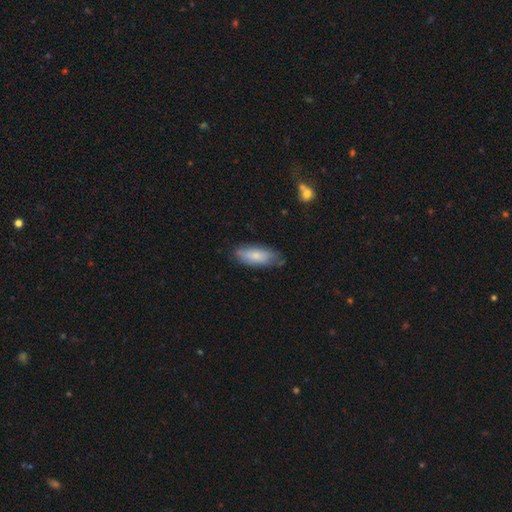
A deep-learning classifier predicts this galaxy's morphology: Smooth or featured? smooth (76%)
How rounded? in between (76%)
Merging? none (70%)